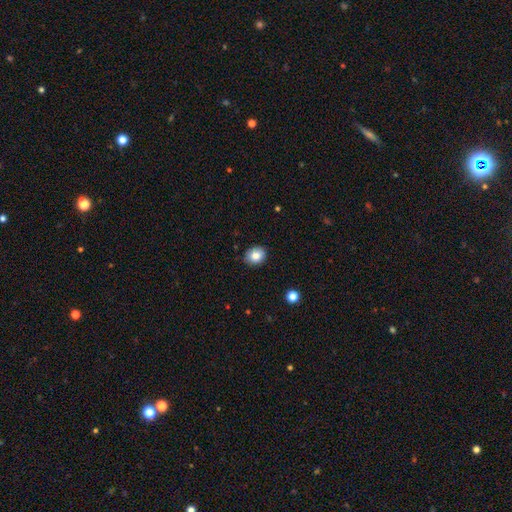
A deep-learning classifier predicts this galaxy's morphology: Smooth or featured: smooth — 83% (star or artifact — 9%)
How rounded: round — 55% (in between — 44%)
Merging: none — 88% (minor disturbance — 9%)